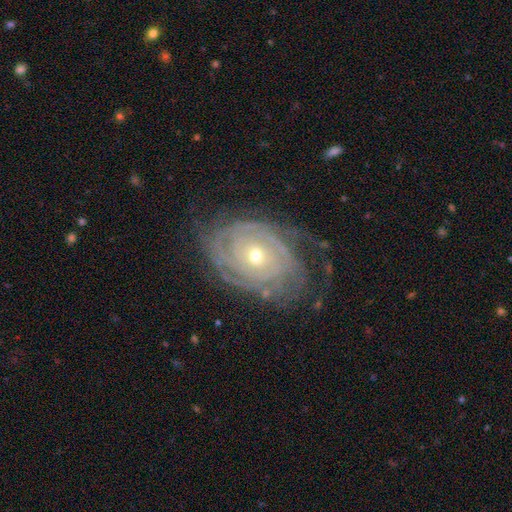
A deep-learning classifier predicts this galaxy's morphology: The model was most divided on "bulge size": small: 55%, moderate: 43%, large: 1%, none: 1%, dominant: 1%. Remaining: spiral arms — yes (96%); edge-on disk — no (96%); smooth or featured — featured or disk (88%); spiral winding — tight (84%); bar — no (77%); merging — none (70%); spiral arm count — can't tell (33%).